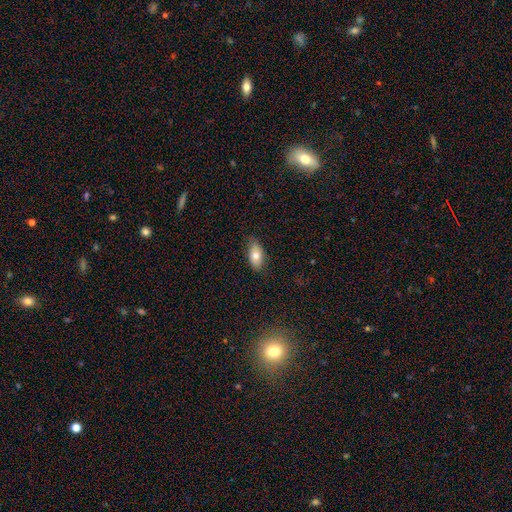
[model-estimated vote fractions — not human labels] This appears to be a smooth galaxy with no disk features (74%) that is in between round and cigar-shaped (91%). Merging: none (78%).